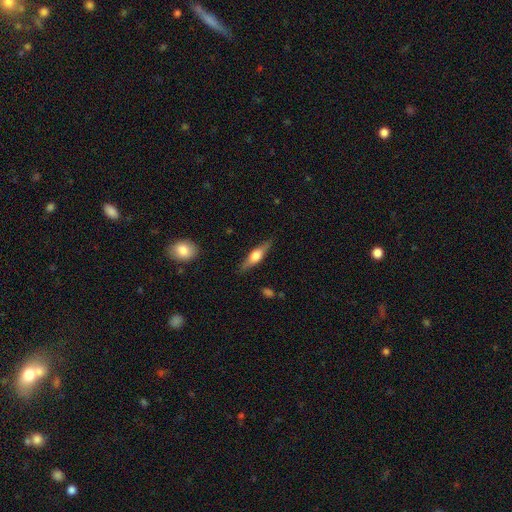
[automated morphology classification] Smooth or featured?
  - featured or disk: 59% *
  - smooth: 35%
  - star or artifact: 6%
Edge-on disk?
  - yes: 95% *
  - no: 5%
Edge-on bulge?
  - rounded: 91% *
  - boxy: 7%
  - none: 2%
Merging?
  - none: 86% *
  - minor disturbance: 10%
  - major disturbance: 2%
  - merger: 1%